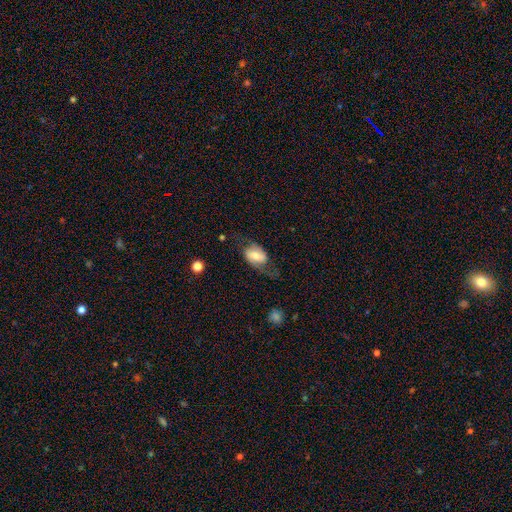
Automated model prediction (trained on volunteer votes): Q: Smooth or featured?
A: smooth (49%); runner-up: featured or disk (44%)
Q: Merging?
A: none (48%); runner-up: minor disturbance (25%)